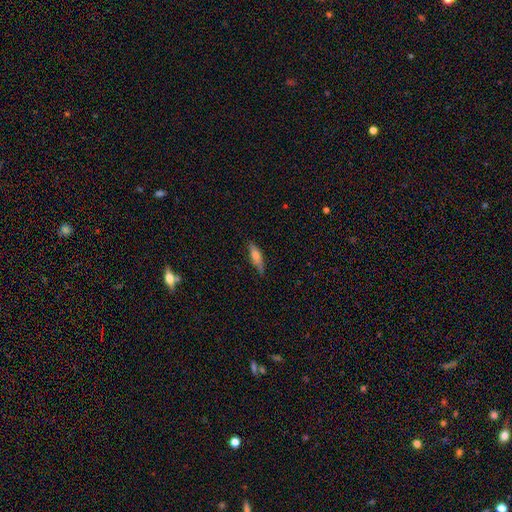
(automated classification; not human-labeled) Smooth or featured? Predicted: smooth (p=0.63). How rounded? Predicted: cigar-shaped (p=0.55). Merging? Predicted: none (p=0.74).